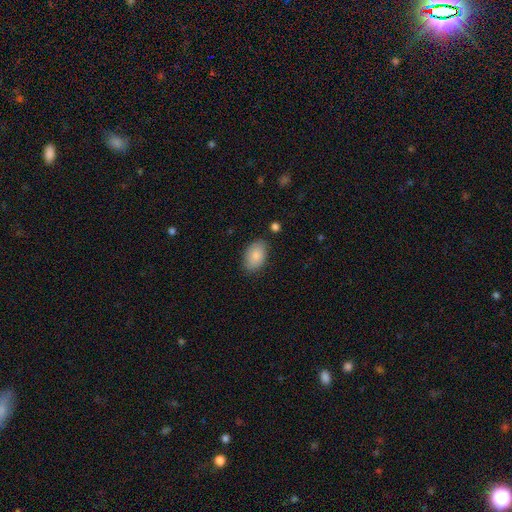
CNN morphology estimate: Smooth or featured? Predicted: smooth (p=0.86). How rounded? Predicted: in between (p=0.91). Merging? Predicted: none (p=0.82).